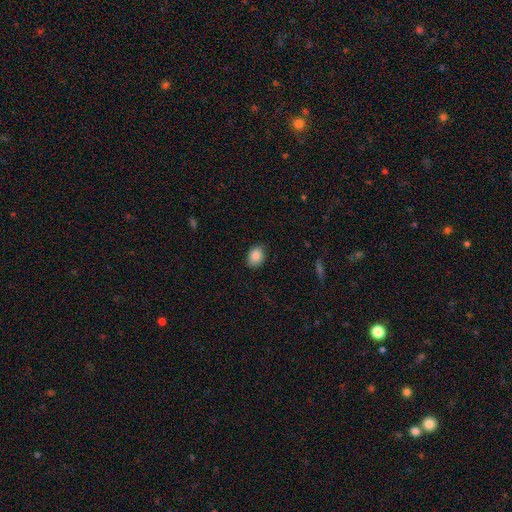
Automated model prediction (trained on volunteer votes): This appears to be a smooth galaxy with no disk features (87%) that is in between round and cigar-shaped (69%). Merging: none (84%).